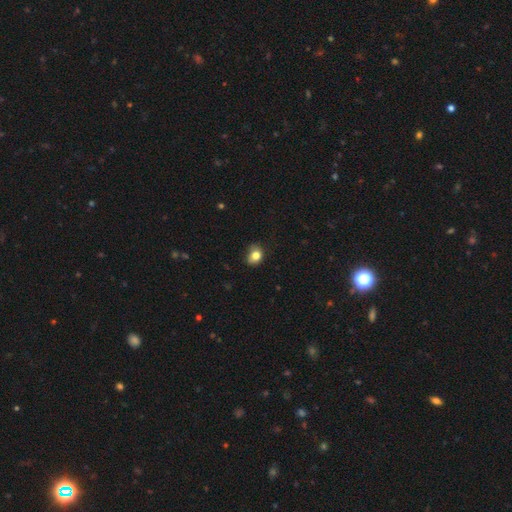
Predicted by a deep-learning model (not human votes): A smooth galaxy with no disk features (81%) that is round (54%). Merging: none (73%).